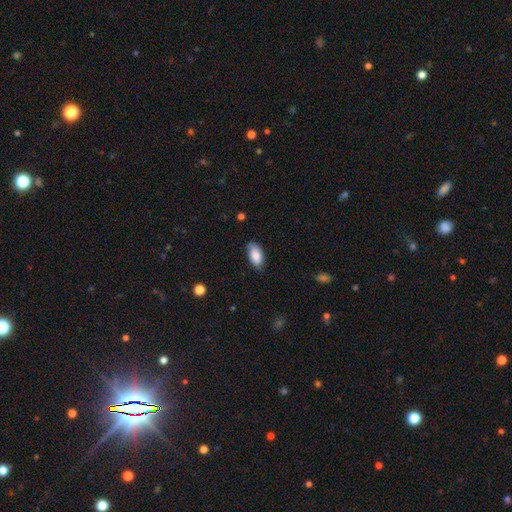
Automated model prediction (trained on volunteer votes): smooth 86%, featured or disk 8%, star or artifact 6%. Down the decision tree: how rounded — in between (94%); merging — none (79%).